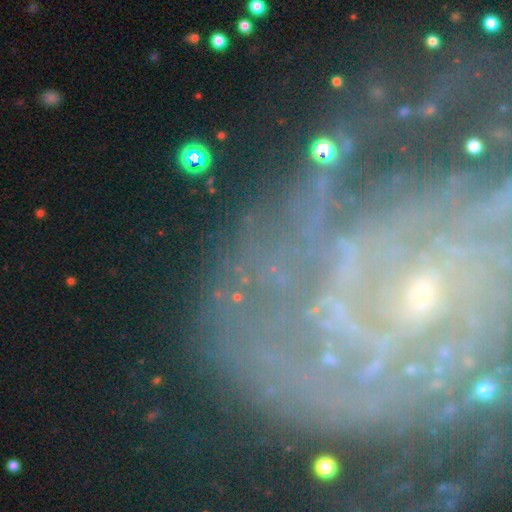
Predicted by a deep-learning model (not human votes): smooth_or_featured: featured or disk (p=0.72) [alt: star or artifact p=0.17]
disk_edge_on: no (p=0.95) [alt: yes p=0.05]
bar: no (p=0.49) [alt: weak p=0.30]
has_spiral_arms: yes (p=0.86) [alt: no p=0.14]
spiral_winding: tight (p=0.65) [alt: medium p=0.25]
spiral_arm_count: can't tell (p=0.32) [alt: 2 p=0.18]
bulge_size: small (p=0.61) [alt: moderate p=0.25]
merging: none (p=0.66) [alt: minor disturbance p=0.16]